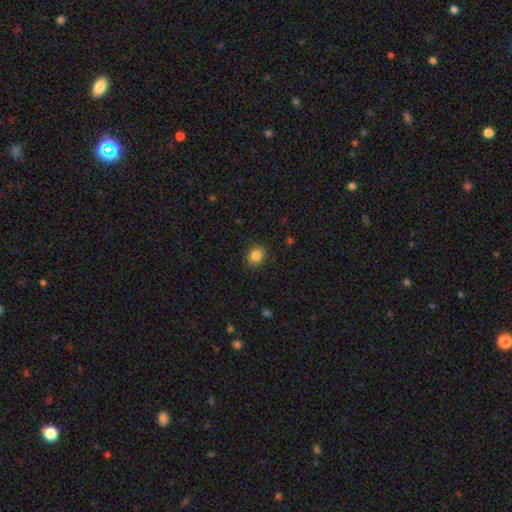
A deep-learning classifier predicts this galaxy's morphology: smooth 85%, star or artifact 10%, featured or disk 5%. Down the decision tree: how rounded — round (65%); merging — none (87%).